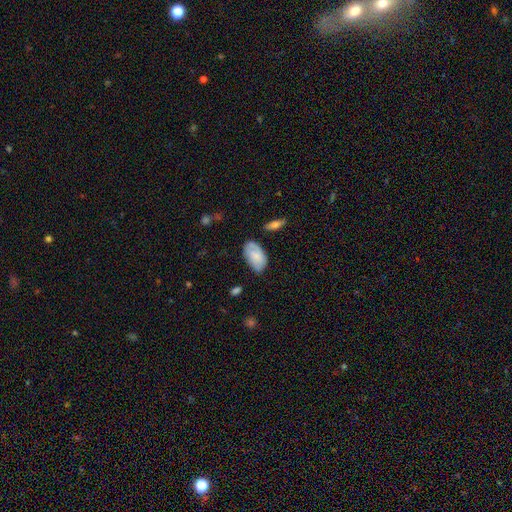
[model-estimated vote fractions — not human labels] smooth_or_featured: smooth (p=0.73) [alt: featured or disk p=0.20]
how_rounded: in between (p=0.94) [alt: round p=0.04]
merging: none (p=0.67) [alt: minor disturbance p=0.25]